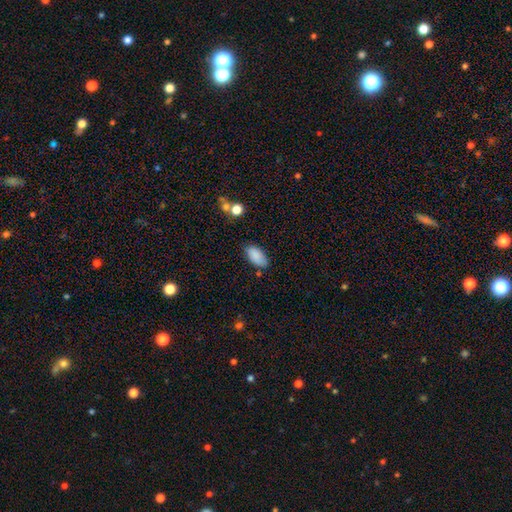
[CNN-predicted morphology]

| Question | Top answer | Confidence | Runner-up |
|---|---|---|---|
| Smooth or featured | smooth | 86% | star or artifact (7%) |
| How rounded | in between | 94% | round (3%) |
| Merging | none | 74% | minor disturbance (18%) |